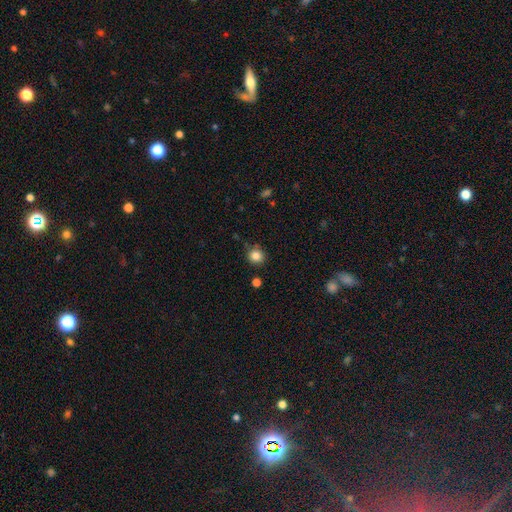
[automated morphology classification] Smooth or featured?
  - smooth: 84% *
  - star or artifact: 11%
  - featured or disk: 5%
How rounded?
  - round: 87% *
  - in between: 12%
  - cigar-shaped: 1%
Merging?
  - none: 82% *
  - minor disturbance: 12%
  - merger: 3%
  - major disturbance: 3%